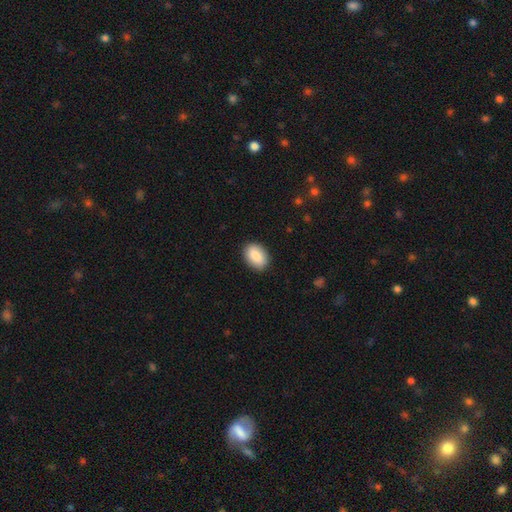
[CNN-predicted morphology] smooth-or-featured: smooth: 85% | featured or disk: 9% | star or artifact: 6%
  how-rounded: in between: 86% | round: 13% | cigar-shaped: 1%
  merging: none: 89% | minor disturbance: 8% | major disturbance: 2% | merger: 1%